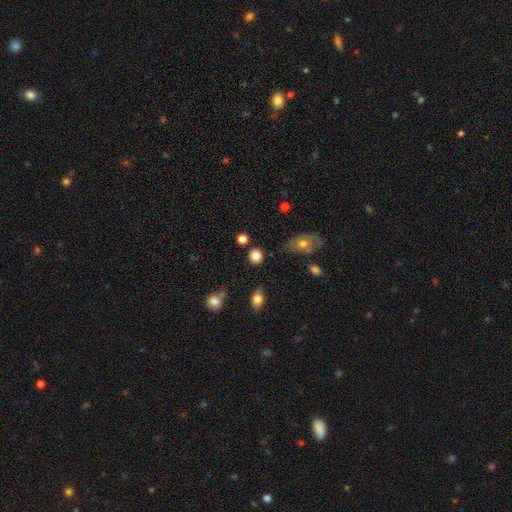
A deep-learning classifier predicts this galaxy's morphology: type=smooth (84%); roundness=round (79%); merging=none (83%).